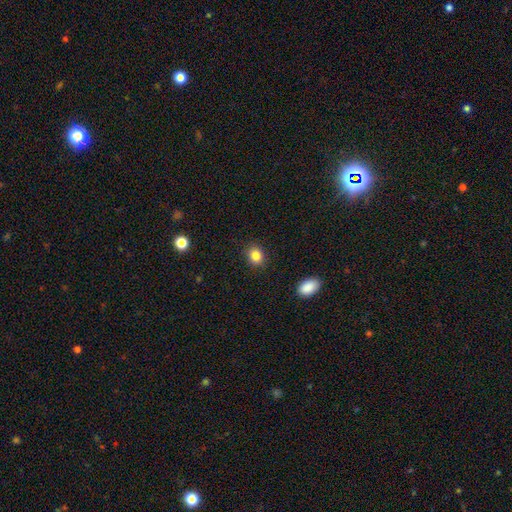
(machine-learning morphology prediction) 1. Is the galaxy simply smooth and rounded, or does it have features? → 85% smooth, 10% star or artifact, 5% featured or disk.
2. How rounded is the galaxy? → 62% round, 37% in between, 1% cigar-shaped.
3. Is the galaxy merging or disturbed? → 89% none, 8% minor disturbance, 2% major disturbance, 1% merger.